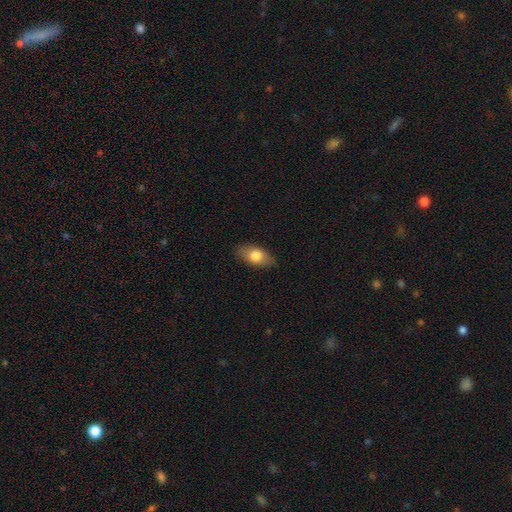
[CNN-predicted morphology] Q: Smooth or featured?
A: smooth (77%); runner-up: featured or disk (16%)
Q: How rounded?
A: in between (88%); runner-up: cigar-shaped (6%)
Q: Merging?
A: none (86%); runner-up: minor disturbance (11%)